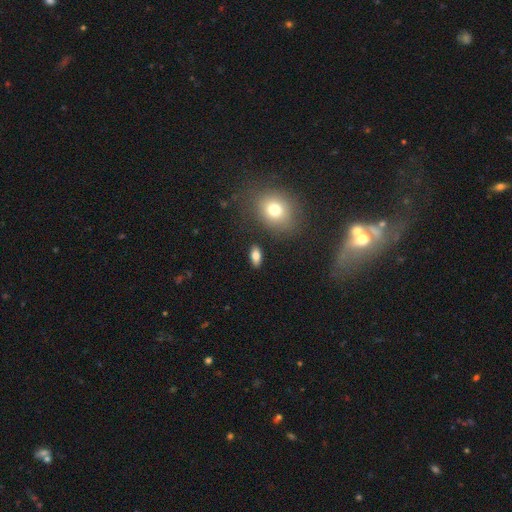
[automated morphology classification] smooth 79%, featured or disk 12%, star or artifact 9%. Down the decision tree: how rounded — in between (86%); merging — none (87%).